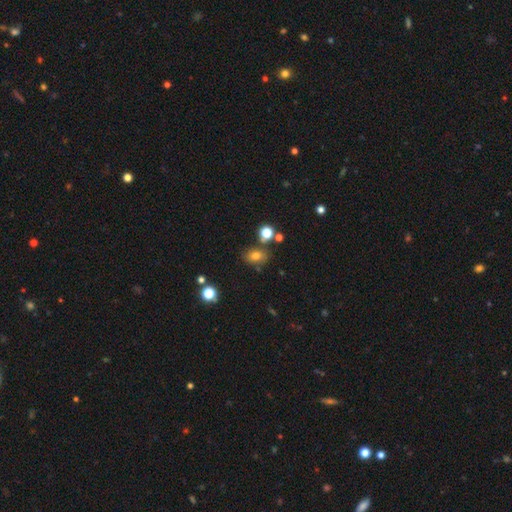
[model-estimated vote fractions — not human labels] Smooth or featured? smooth (74%)
How rounded? in between (66%)
Merging? none (73%)